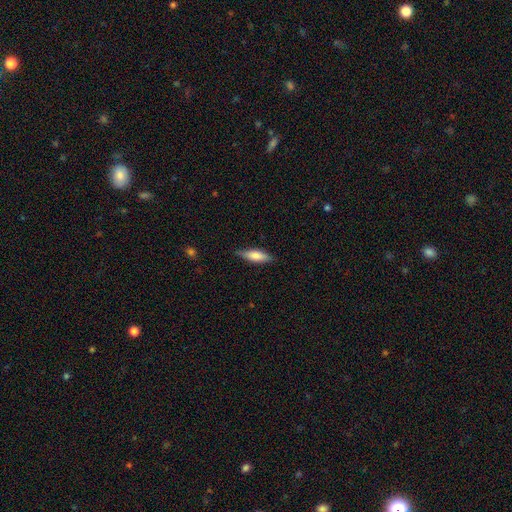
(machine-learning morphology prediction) Overall: smooth (68%). How rounded: cigar-shaped (52%; in between 46%). Merging: none (82%).